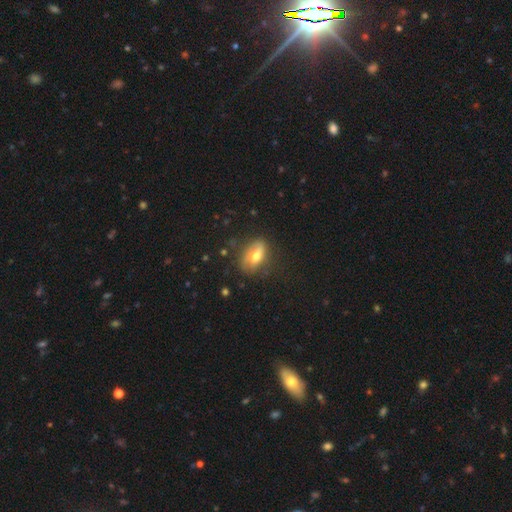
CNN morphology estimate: Smooth or featured: smooth — 57% (featured or disk — 34%)
How rounded: in between — 83% (round — 11%)
Merging: none — 66% (minor disturbance — 24%)